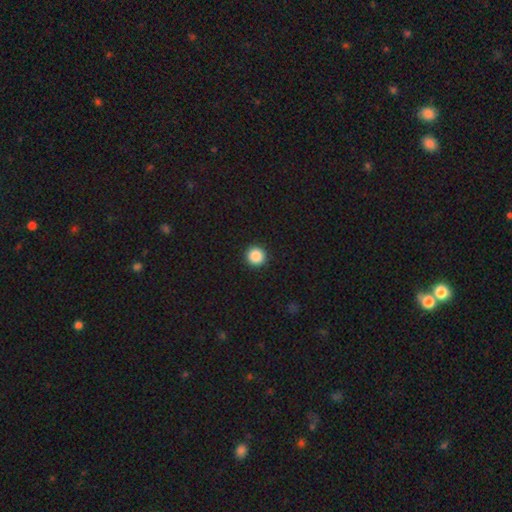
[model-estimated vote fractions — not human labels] smooth-or-featured: smooth: 88% | star or artifact: 10% | featured or disk: 3%
  how-rounded: round: 96% | in between: 3% | cigar-shaped: 1%
  merging: none: 93% | minor disturbance: 4% | major disturbance: 2% | merger: 1%